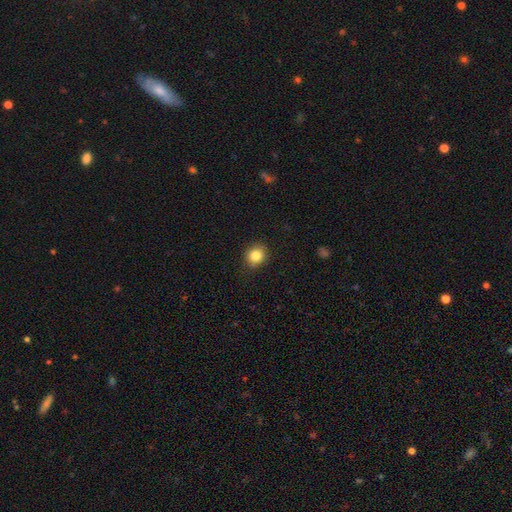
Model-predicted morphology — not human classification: Smooth or featured? smooth (84%)
How rounded? round (84%)
Merging? none (88%)